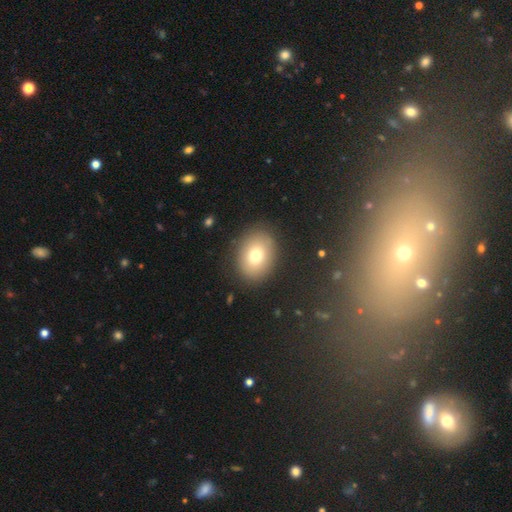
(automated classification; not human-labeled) Smooth or featured?
  - smooth: 76% *
  - featured or disk: 14%
  - star or artifact: 10%
How rounded?
  - in between: 57% *
  - round: 43%
  - cigar-shaped: 1%
Merging?
  - none: 86% *
  - minor disturbance: 9%
  - major disturbance: 3%
  - merger: 1%